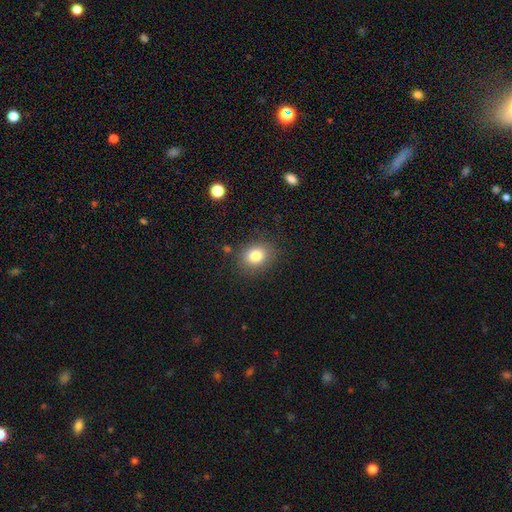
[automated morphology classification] Overall: smooth (81%). How rounded: round (57%; in between 42%). Merging: none (84%).